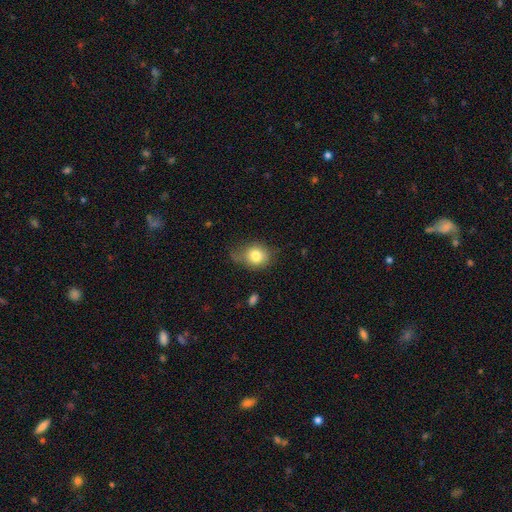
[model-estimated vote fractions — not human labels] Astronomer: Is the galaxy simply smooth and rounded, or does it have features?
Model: smooth — 79%.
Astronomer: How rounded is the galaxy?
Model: round — 63%.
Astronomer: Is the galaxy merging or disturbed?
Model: none — 47% (runner-up: minor disturbance, 34%).